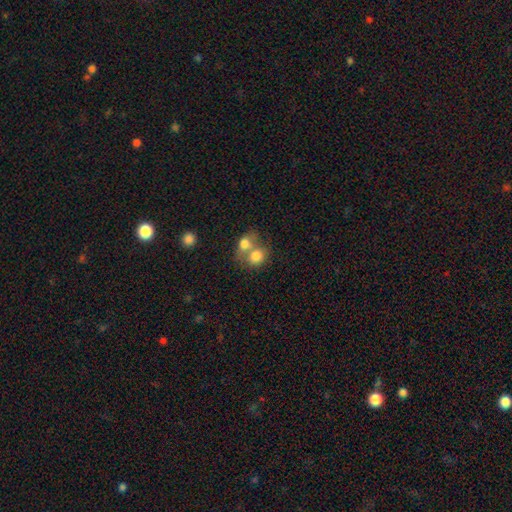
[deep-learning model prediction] smooth-or-featured: smooth: 78% | featured or disk: 14% | star or artifact: 9%
  how-rounded: round: 60% | in between: 39% | cigar-shaped: 1%
  merging: merger: 67% | none: 23% | minor disturbance: 7% | major disturbance: 4%